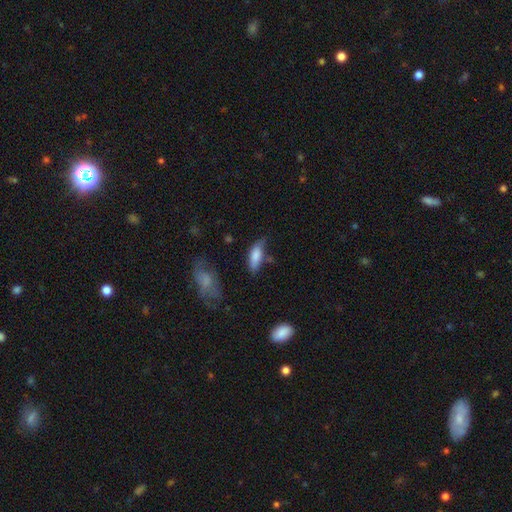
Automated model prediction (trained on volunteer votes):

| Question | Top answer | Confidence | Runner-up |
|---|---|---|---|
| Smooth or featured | smooth | 78% | featured or disk (15%) |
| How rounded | in between | 72% | cigar-shaped (25%) |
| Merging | none | 48% | minor disturbance (34%) |